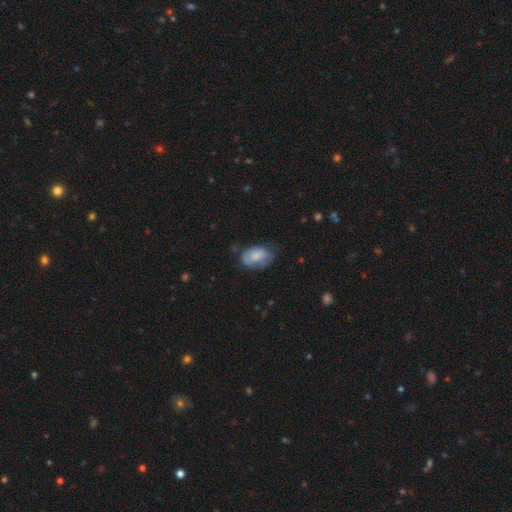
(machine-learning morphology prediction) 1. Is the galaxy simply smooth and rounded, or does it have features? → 78% smooth, 16% featured or disk, 7% star or artifact.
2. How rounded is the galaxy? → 91% in between, 8% round, 1% cigar-shaped.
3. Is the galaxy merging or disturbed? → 54% none, 33% minor disturbance, 11% major disturbance, 2% merger.